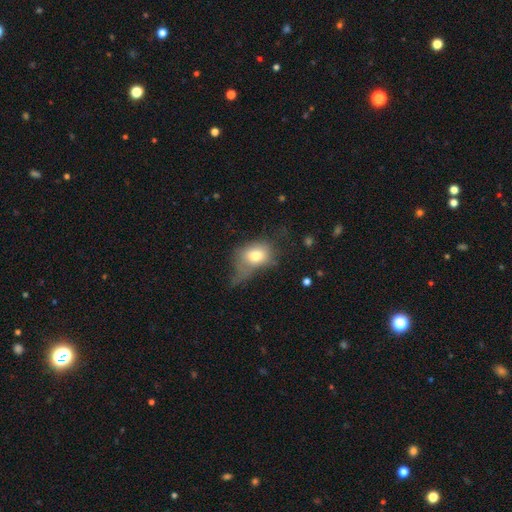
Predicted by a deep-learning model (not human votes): Q: Smooth or featured?
A: smooth (73%); runner-up: featured or disk (17%)
Q: How rounded?
A: in between (65%); runner-up: round (33%)
Q: Merging?
A: major disturbance (43%); runner-up: minor disturbance (29%)